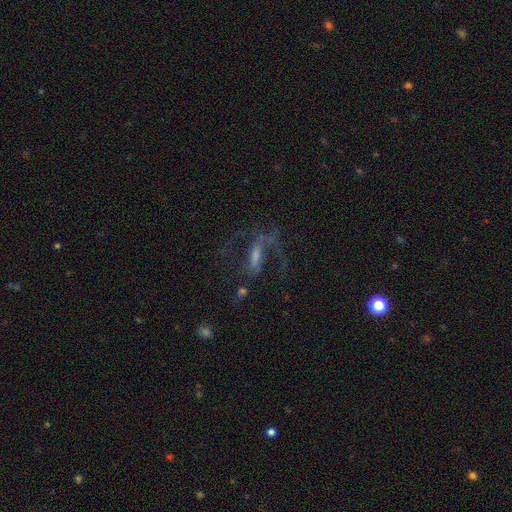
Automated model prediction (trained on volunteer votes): A featured or disk galaxy (70%) with a weak bar (39%), spiral arms (82%) and a small central bulge (39%). Merging: none (49%).